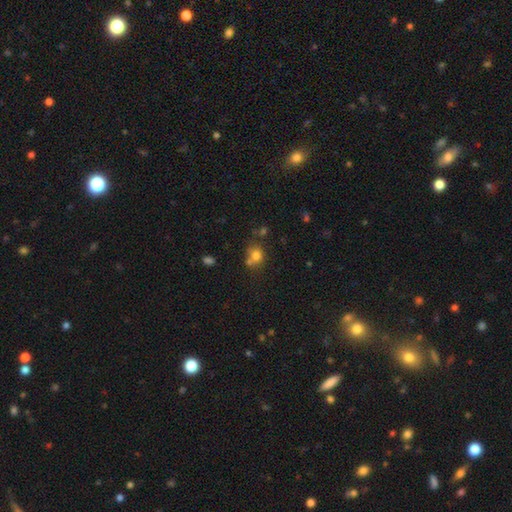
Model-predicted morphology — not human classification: smooth-or-featured: smooth: 76% | star or artifact: 13% | featured or disk: 10%
  how-rounded: round: 71% | in between: 28% | cigar-shaped: 1%
  merging: none: 50% | merger: 28% | minor disturbance: 16% | major disturbance: 6%